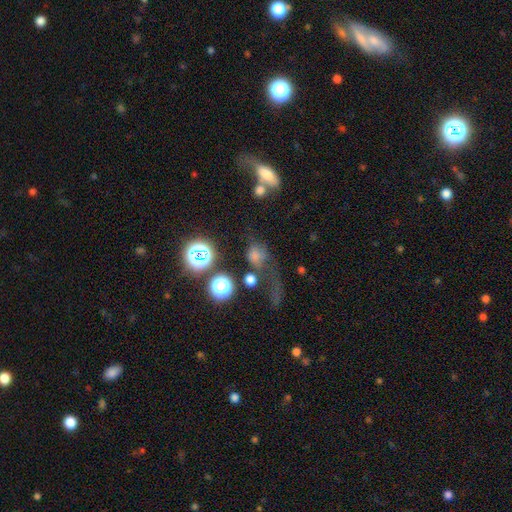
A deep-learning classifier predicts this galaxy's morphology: The model was most divided on "merging": none: 40%, major disturbance: 29%, minor disturbance: 19%, merger: 12%. More confident: smooth or featured — smooth (63%); how rounded — round (62%).